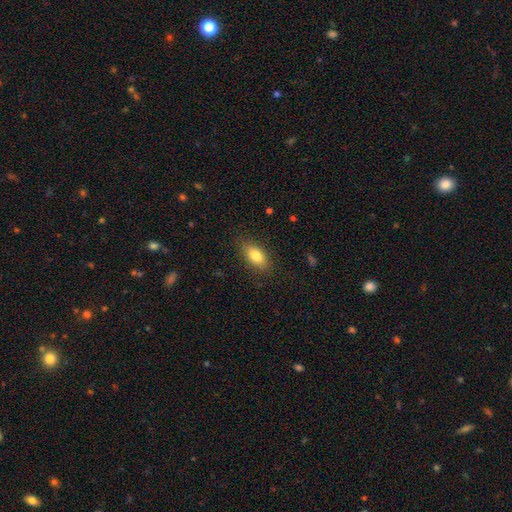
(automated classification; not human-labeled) This is clearly a smooth galaxy (81%). How rounded: clearly in between (88%). Merging: clearly none (84%).